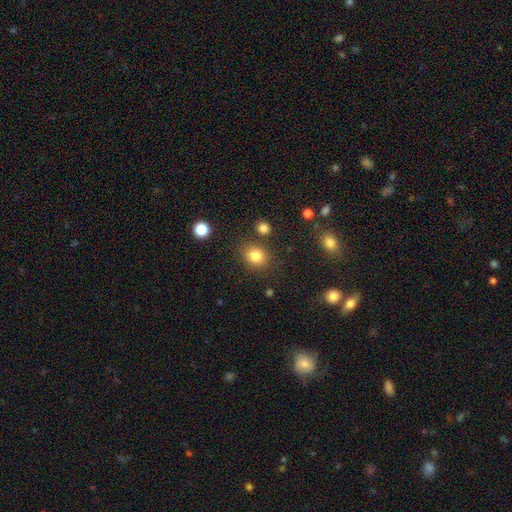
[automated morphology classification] Q: Smooth or featured?
A: smooth (82%); runner-up: star or artifact (12%)
Q: How rounded?
A: round (77%); runner-up: in between (23%)
Q: Merging?
A: none (82%); runner-up: minor disturbance (9%)